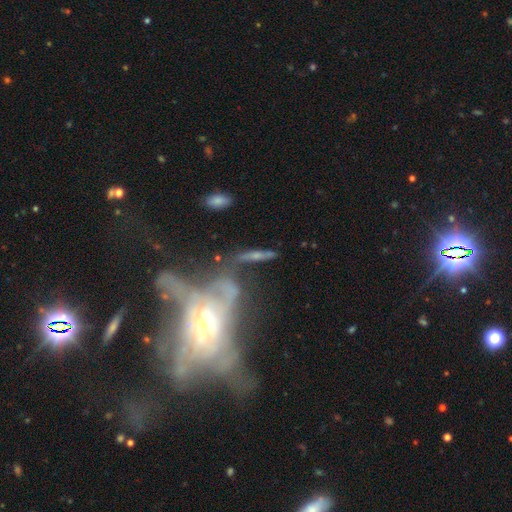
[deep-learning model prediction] Overall: featured or disk (59%; smooth 28%). Edge-on disk: no (53%; yes 47%). Merging: none (39%; merger 25%).